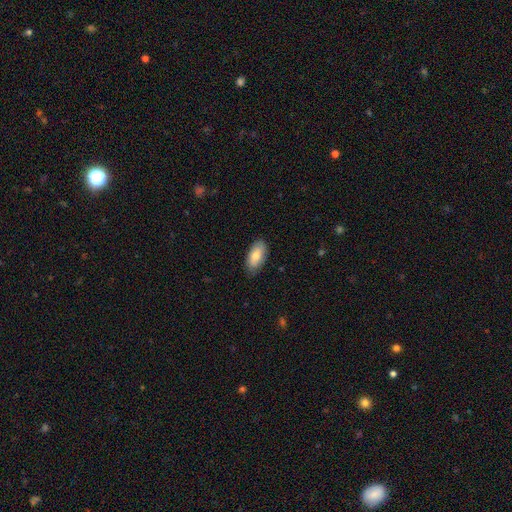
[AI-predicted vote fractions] smooth_or_featured: smooth (p=0.77) [alt: featured or disk p=0.17]
how_rounded: in between (p=0.93) [alt: cigar-shaped p=0.04]
merging: none (p=0.82) [alt: minor disturbance p=0.14]